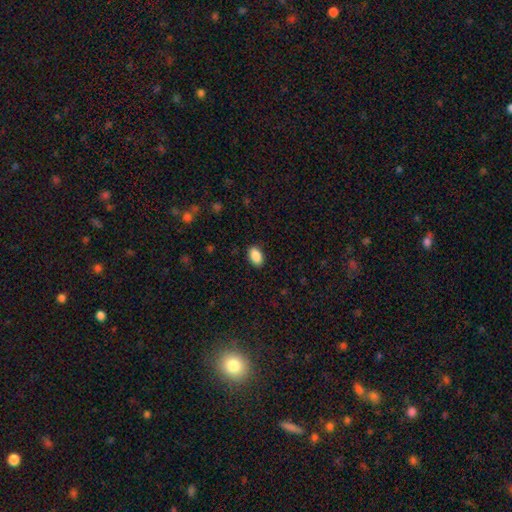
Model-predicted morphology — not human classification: A smooth galaxy with no disk features (90%) that is in between round and cigar-shaped (92%).

Vote fractions:
- Smooth or featured? smooth: 90% / star or artifact: 7% / featured or disk: 3%
- How rounded? in between: 92% / round: 6% / cigar-shaped: 2%
- Merging? none: 89% / minor disturbance: 8% / major disturbance: 2% / merger: 1%